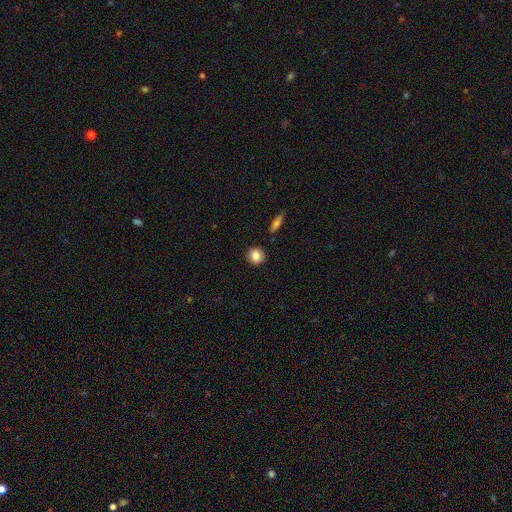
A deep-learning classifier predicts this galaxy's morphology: smooth 86%, star or artifact 8%, featured or disk 6%. Down the decision tree: how rounded — round (90%); merging — none (91%).